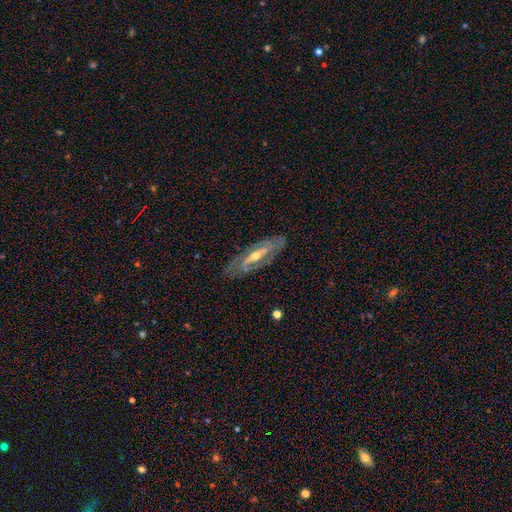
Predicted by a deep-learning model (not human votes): Smooth or featured? featured or disk (82%)
Edge-on disk? no (77%)
Bar? strong (43%)
Spiral arms? yes (81%)
Spiral winding? tight (49%)
Spiral arm count? 2 (65%)
Bulge size? moderate (51%)
Merging? none (80%)